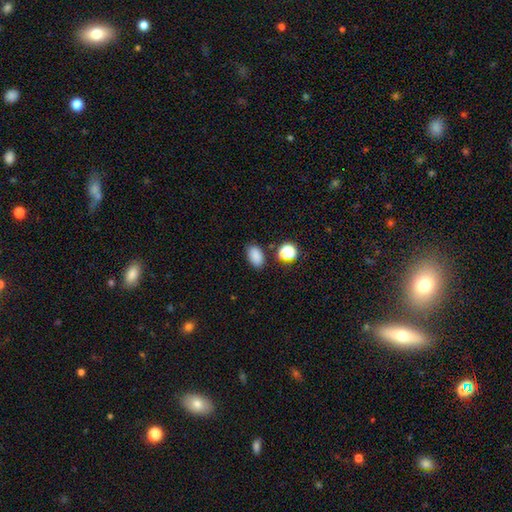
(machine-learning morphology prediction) smooth_or_featured: smooth (p=0.85) [alt: star or artifact p=0.11]
how_rounded: in between (p=0.88) [alt: round p=0.10]
merging: none (p=0.81) [alt: minor disturbance p=0.12]